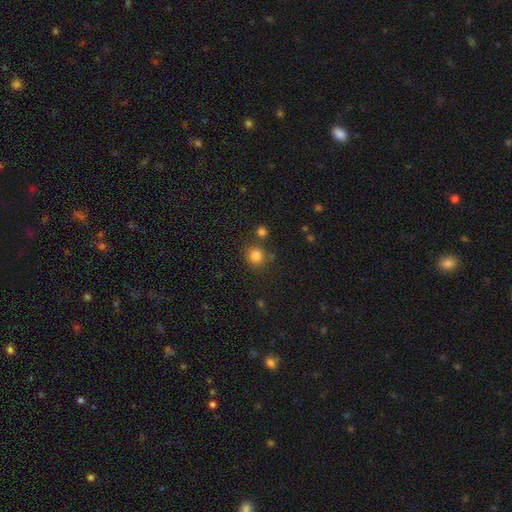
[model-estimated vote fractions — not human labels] Morphology: type=smooth (84%); roundness=round (90%); merging=none (78%).